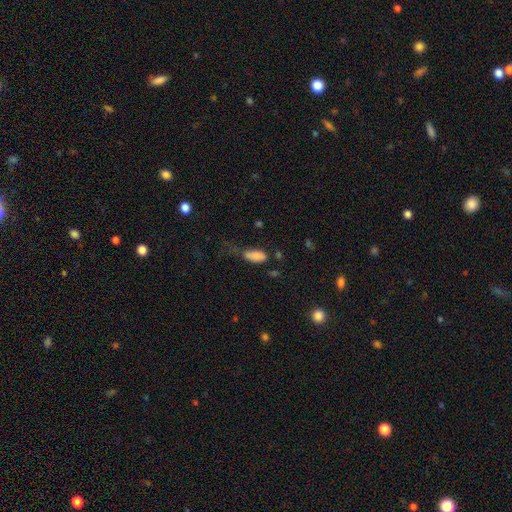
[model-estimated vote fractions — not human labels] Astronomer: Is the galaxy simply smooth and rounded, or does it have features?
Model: smooth — 82%.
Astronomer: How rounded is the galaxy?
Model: in between — 85%.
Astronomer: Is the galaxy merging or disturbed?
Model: minor disturbance — 32% (runner-up: none, 31%).